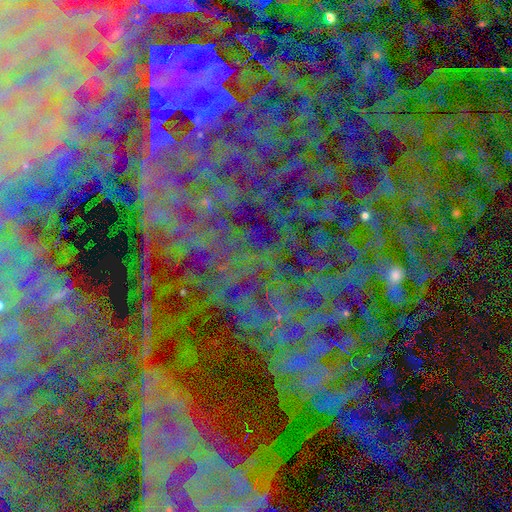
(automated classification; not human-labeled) A star or artifact, not a galaxy (86%).

Vote fractions:
- Smooth or featured? star or artifact: 86% / featured or disk: 7% / smooth: 7%